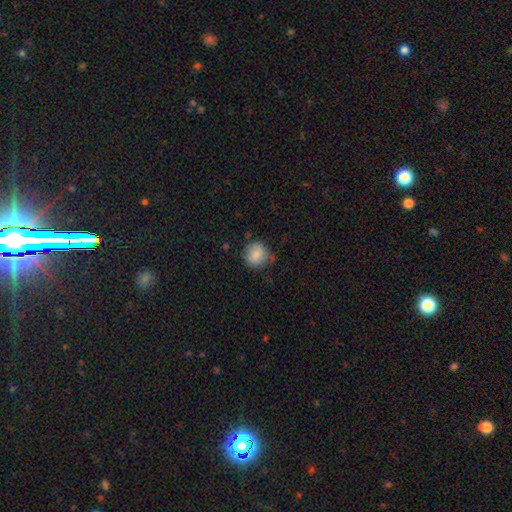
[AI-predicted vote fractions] This is clearly a smooth galaxy (84%). How rounded: clearly round (87%). Merging: likely none (74%).